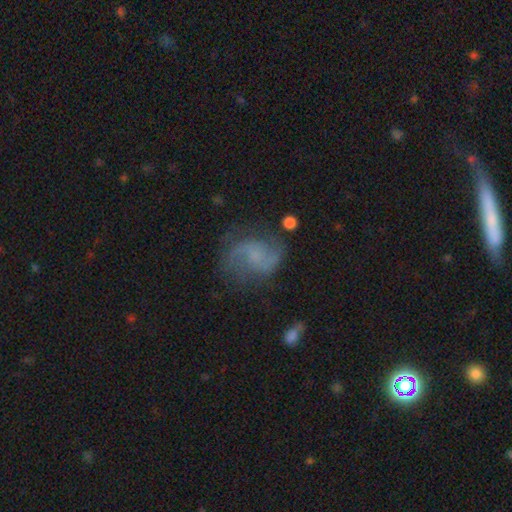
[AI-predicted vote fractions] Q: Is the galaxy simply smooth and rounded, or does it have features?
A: featured or disk — 78%.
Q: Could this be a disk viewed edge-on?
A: no — 98%.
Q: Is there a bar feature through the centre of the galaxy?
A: no — 55%.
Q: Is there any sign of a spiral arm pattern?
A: yes — 94%.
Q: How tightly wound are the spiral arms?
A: loose — 48%.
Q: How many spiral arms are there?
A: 2 — 89%.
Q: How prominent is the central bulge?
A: small — 42%.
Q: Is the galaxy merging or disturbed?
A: none — 68%.